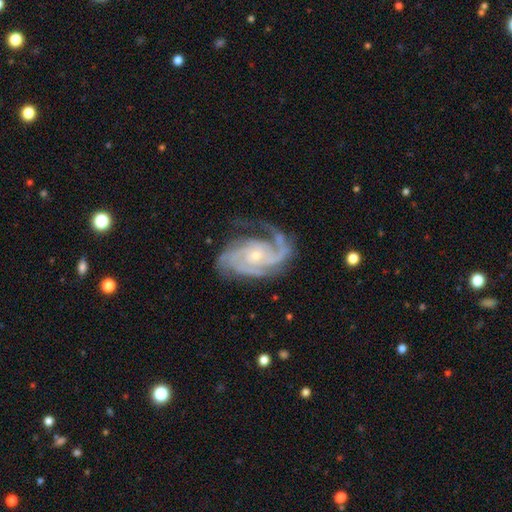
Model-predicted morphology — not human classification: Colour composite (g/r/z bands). It shows a featured or disk galaxy (92%) with no bar (70%), 3 (43%) tight (55%) spiral arms (98%) and a small central bulge (74%). Merging: none (65%).